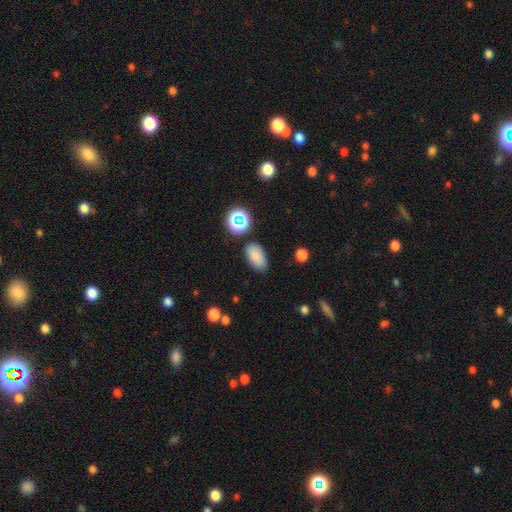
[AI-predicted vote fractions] A smooth galaxy with no disk features (82%) that is in between round and cigar-shaped (91%).

Vote fractions:
- Smooth or featured? smooth: 82% / star or artifact: 12% / featured or disk: 6%
- How rounded? in between: 91% / round: 6% / cigar-shaped: 2%
- Merging? none: 78% / minor disturbance: 15% / major disturbance: 4% / merger: 3%